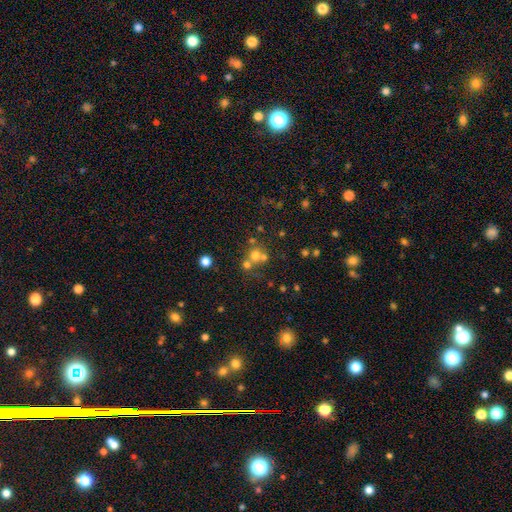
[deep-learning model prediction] Overall: smooth (63%). How rounded: round (86%). Merging: none (47%; merger 42%).